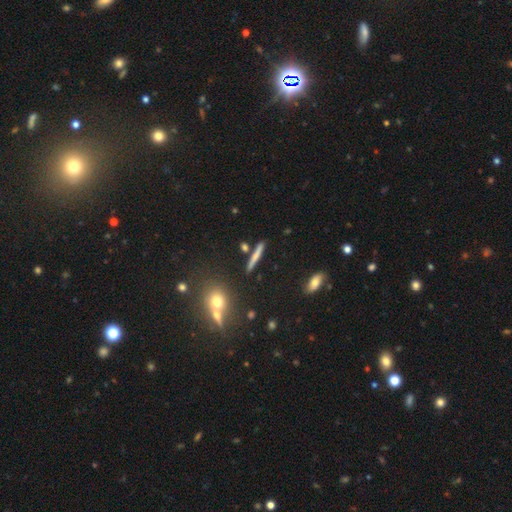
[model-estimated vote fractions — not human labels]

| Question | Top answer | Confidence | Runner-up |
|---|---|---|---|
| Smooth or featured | smooth | 59% | featured or disk (32%) |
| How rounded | cigar-shaped | 91% | in between (5%) |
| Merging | none | 84% | minor disturbance (8%) |